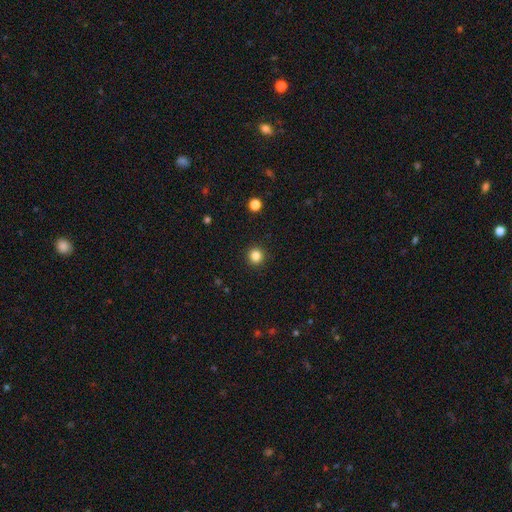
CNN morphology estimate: smooth 84%, star or artifact 12%, featured or disk 4%. Down the decision tree: how rounded — round (95%); merging — none (93%).